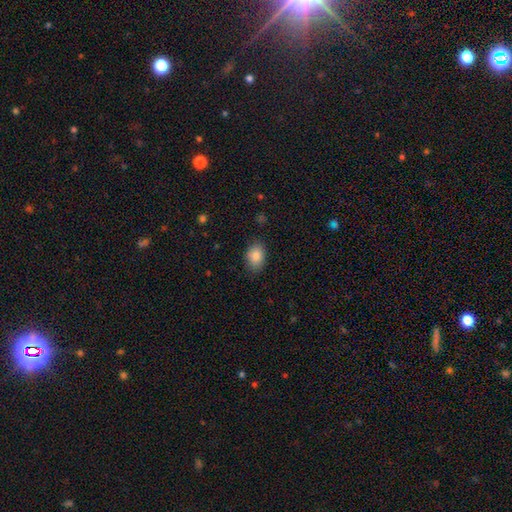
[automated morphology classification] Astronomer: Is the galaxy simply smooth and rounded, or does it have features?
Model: smooth — 85%.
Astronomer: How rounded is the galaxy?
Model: in between — 80%.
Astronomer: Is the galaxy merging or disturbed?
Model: none — 84%.